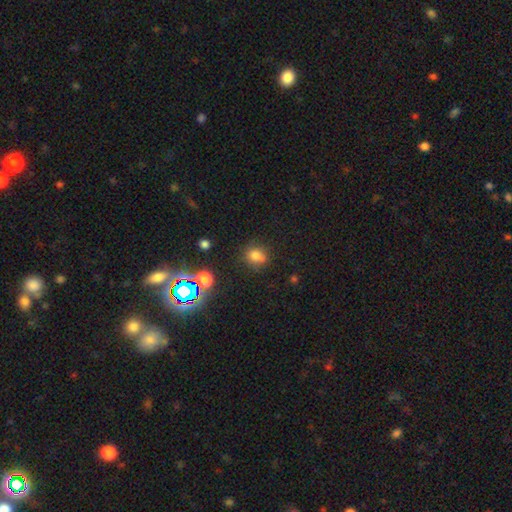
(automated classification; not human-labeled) smooth 73%, star or artifact 19%, featured or disk 8%. Down the decision tree: how rounded — round (66%); merging — none (71%).